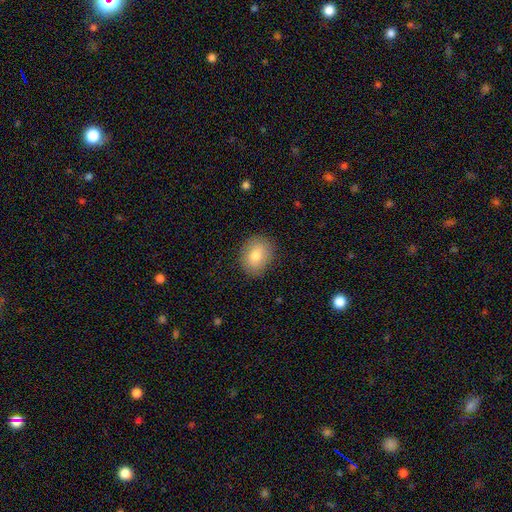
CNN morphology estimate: Smooth or featured? Predicted: smooth (p=0.79). How rounded? Predicted: in between (p=0.53). Merging? Predicted: none (p=0.84).